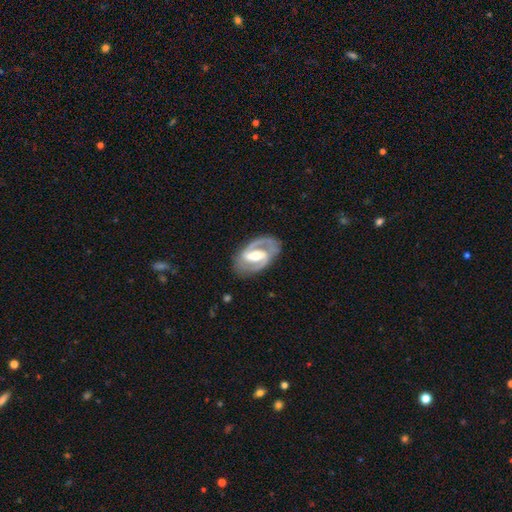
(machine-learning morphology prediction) Overall: featured or disk (90%). Edge-on disk: no (97%). Bar: strong (49%; weak 37%). Spiral arms: yes (95%). Spiral arm count: 2 (91%). Spiral winding: medium (55%; tight 32%). Bulge size: moderate (68%). Merging: none (82%).